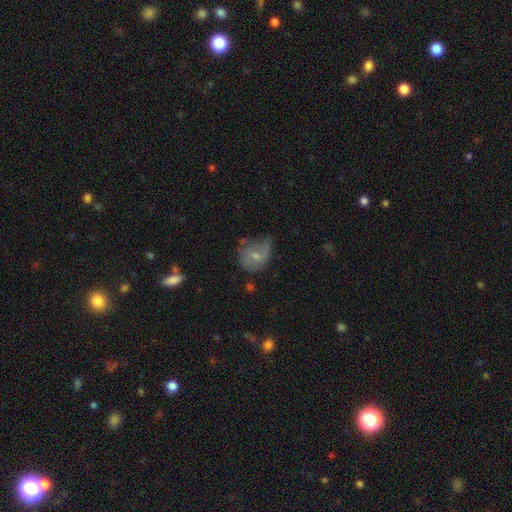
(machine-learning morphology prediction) Smooth or featured: smooth — 50% (featured or disk — 41%)
Merging: none — 44% (minor disturbance — 34%)